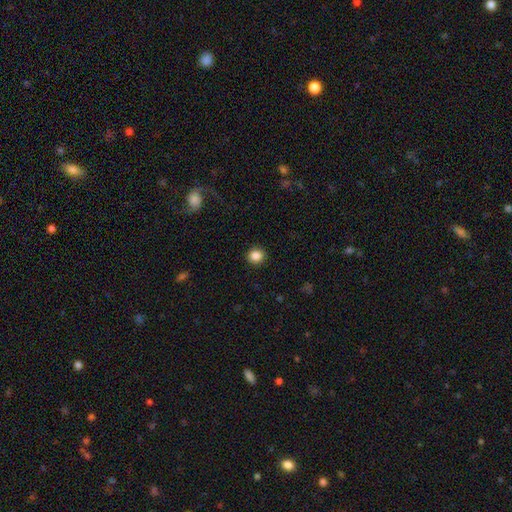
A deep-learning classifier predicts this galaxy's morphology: A smooth galaxy with no disk features (87%) that is round (87%). Merging: none (92%).